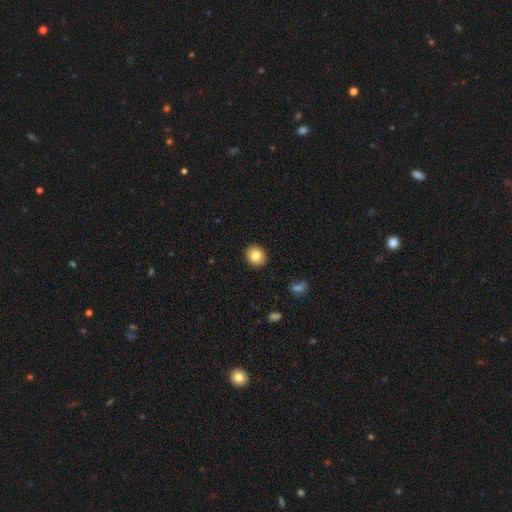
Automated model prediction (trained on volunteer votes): The model was most divided on "how rounded": round: 82%, in between: 18%, cigar-shaped: 1%. More confident: merging — none (91%); smooth or featured — smooth (82%).